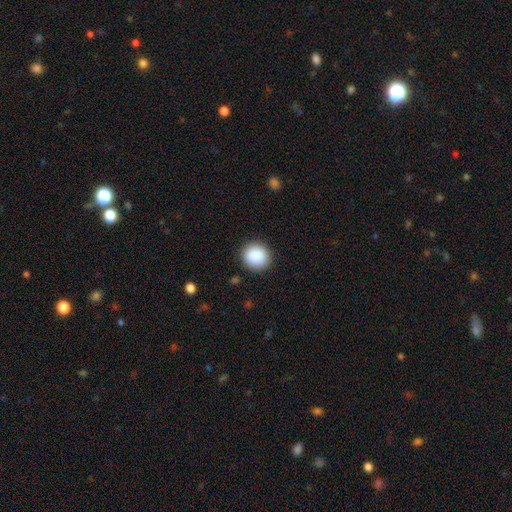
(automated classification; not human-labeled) Smooth or featured? Predicted: smooth (p=0.89). How rounded? Predicted: round (p=0.90). Merging? Predicted: none (p=0.90).